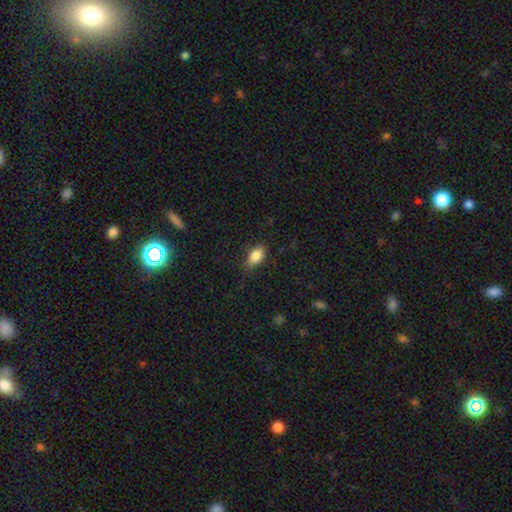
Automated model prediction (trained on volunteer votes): Morphology: type=smooth (83%); roundness=in between (87%); merging=none (76%).